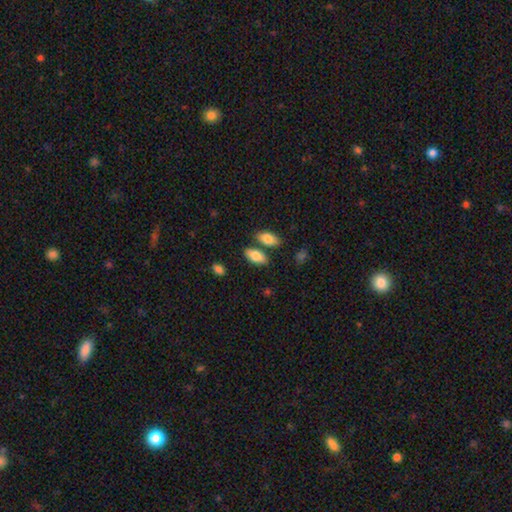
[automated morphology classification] Smooth or featured? smooth (83%)
How rounded? in between (90%)
Merging? none (71%)